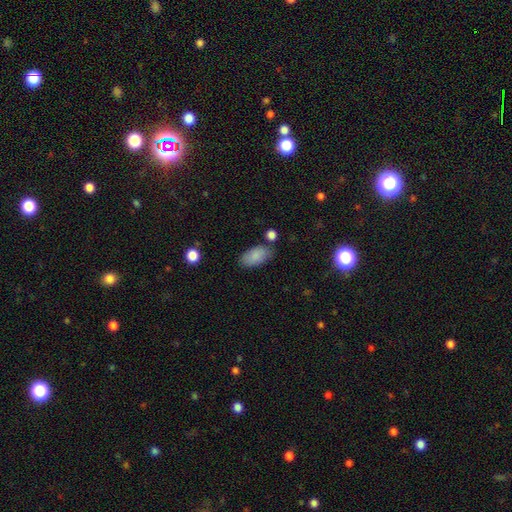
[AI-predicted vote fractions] smooth_or_featured: smooth (p=0.86) [alt: featured or disk p=0.07]
how_rounded: in between (p=0.94) [alt: round p=0.03]
merging: none (p=0.74) [alt: minor disturbance p=0.16]